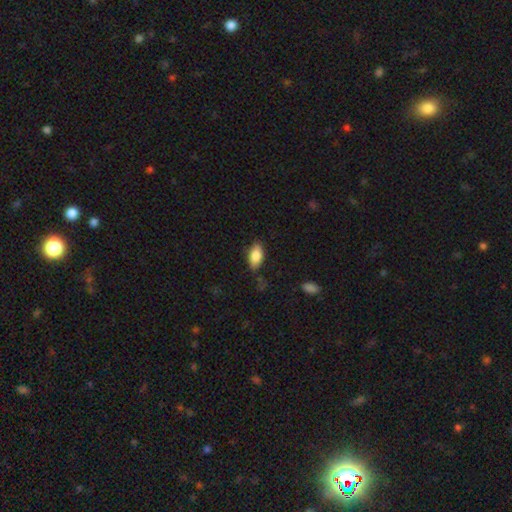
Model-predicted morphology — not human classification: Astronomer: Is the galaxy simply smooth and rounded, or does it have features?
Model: smooth — 85%.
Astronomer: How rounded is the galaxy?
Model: in between — 91%.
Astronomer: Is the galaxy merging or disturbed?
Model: none — 77%.